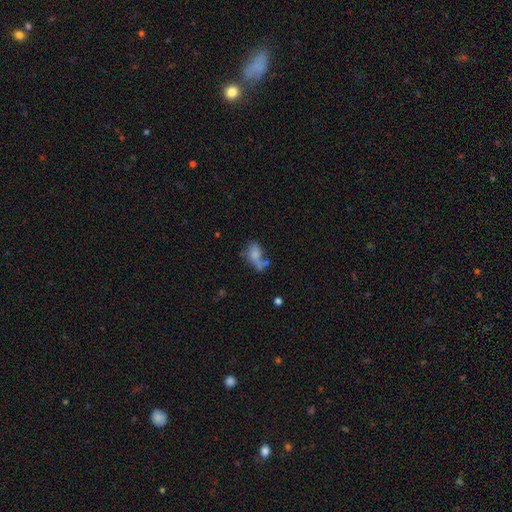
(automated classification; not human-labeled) This appears to be a smooth galaxy with no disk features (64%) that is in between round and cigar-shaped (83%). Merging: none (31%).